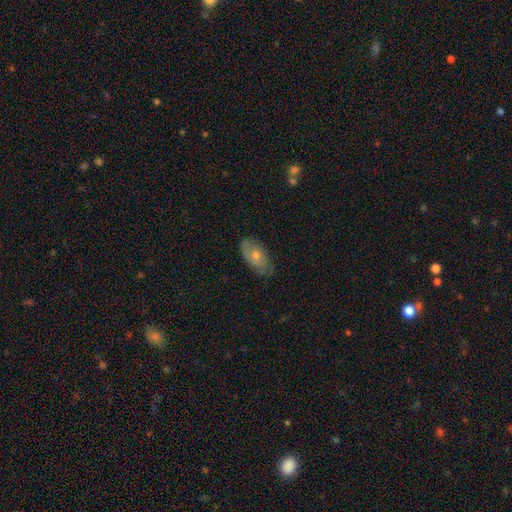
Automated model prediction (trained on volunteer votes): Smooth or featured?
  - featured or disk: 49% *
  - smooth: 42%
  - star or artifact: 10%
Merging?
  - none: 77% *
  - minor disturbance: 18%
  - major disturbance: 4%
  - merger: 1%